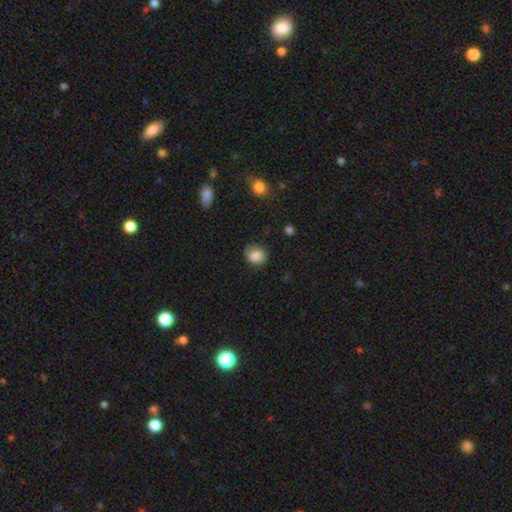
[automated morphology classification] This is clearly a smooth galaxy (80%). How rounded: likely round (63%). Merging: likely none (65%).